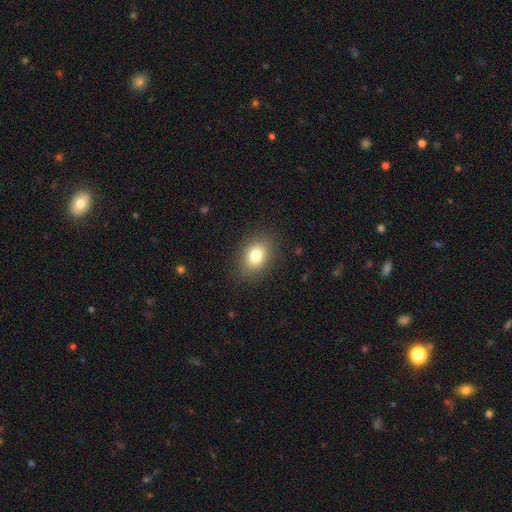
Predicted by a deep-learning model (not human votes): Smooth or featured? Predicted: smooth (p=0.80). How rounded? Predicted: in between (p=0.65). Merging? Predicted: none (p=0.85).